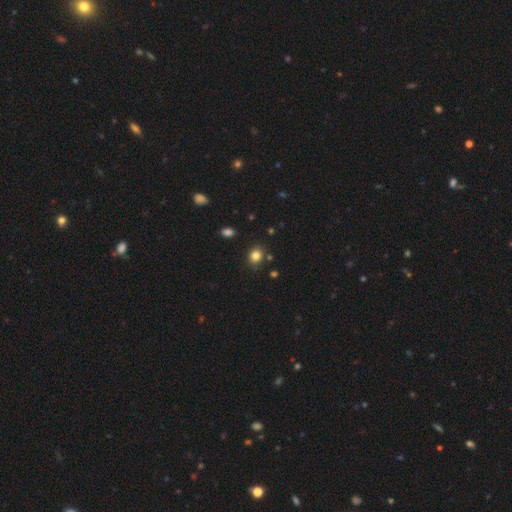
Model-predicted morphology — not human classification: type=smooth (82%); roundness=round (63%); merging=none (84%).